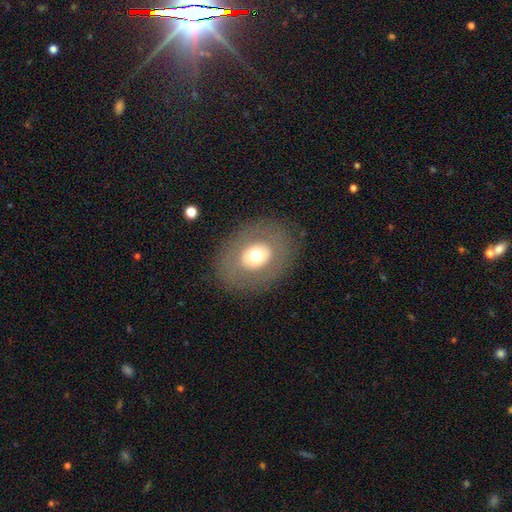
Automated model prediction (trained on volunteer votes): Q: Smooth or featured?
A: smooth (57%); runner-up: featured or disk (34%)
Q: How rounded?
A: in between (54%); runner-up: round (45%)
Q: Merging?
A: none (82%); runner-up: minor disturbance (10%)